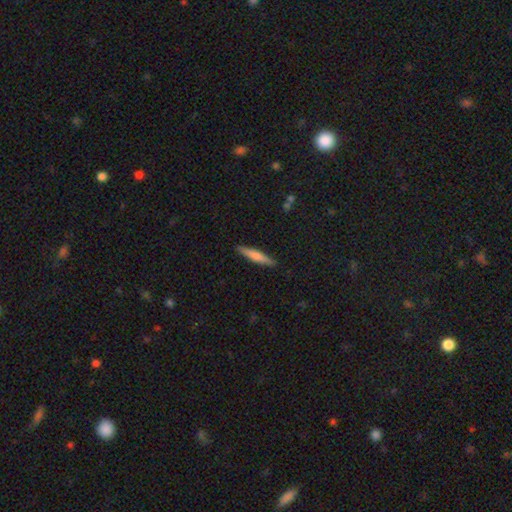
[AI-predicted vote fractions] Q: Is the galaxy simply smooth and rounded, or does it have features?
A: smooth — 62%.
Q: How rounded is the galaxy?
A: cigar-shaped — 91%.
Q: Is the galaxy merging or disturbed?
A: none — 90%.